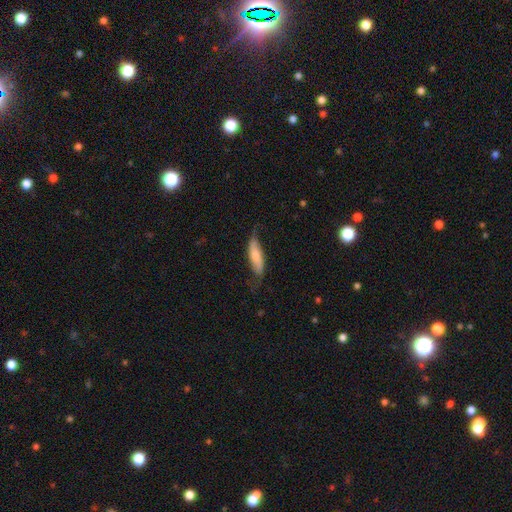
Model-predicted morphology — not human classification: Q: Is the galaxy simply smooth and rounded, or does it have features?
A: smooth — 58%.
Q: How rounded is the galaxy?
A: cigar-shaped — 52%.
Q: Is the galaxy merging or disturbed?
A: none — 59%.